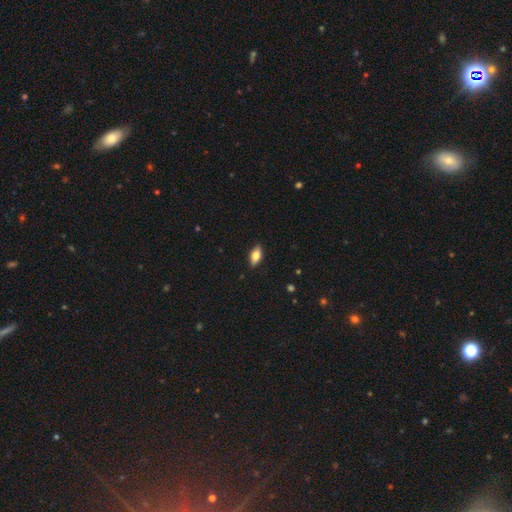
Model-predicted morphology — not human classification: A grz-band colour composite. It shows a smooth galaxy with no disk features (69%) that is in between round and cigar-shaped (83%). Merging: none (88%).